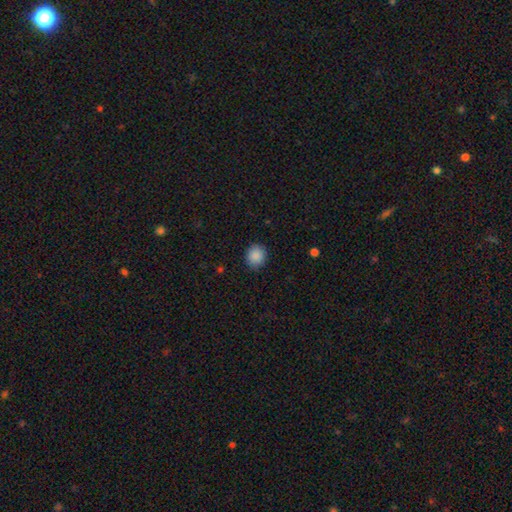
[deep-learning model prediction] The model was most divided on "how rounded": round: 80%, in between: 19%, cigar-shaped: 1%. More confident: smooth or featured — smooth (89%); merging — none (88%).